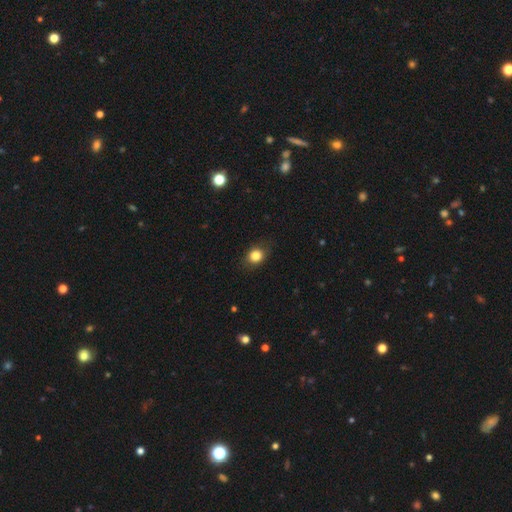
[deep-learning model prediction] This appears to be a smooth galaxy with no disk features (83%) that is round (60%). Merging: none (81%).